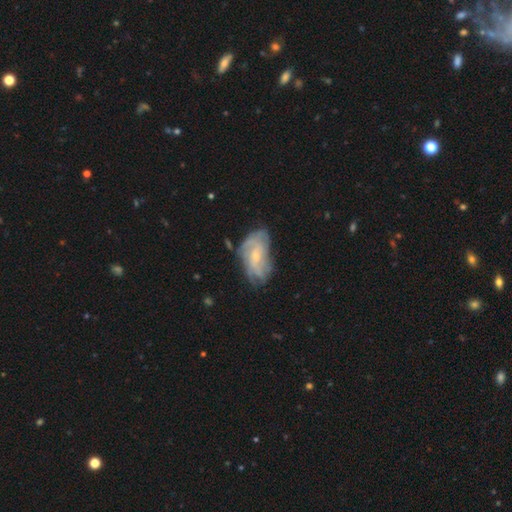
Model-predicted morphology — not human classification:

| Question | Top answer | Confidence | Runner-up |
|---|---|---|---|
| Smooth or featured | featured or disk | 69% | smooth (23%) |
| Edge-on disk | no | 95% | yes (5%) |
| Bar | no | 54% | weak (39%) |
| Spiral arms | yes | 83% | no (17%) |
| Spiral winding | tight | 44% | medium (38%) |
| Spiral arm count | can't tell | 45% | 2 (18%) |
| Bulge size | small | 61% | moderate (30%) |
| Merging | none | 60% | minor disturbance (25%) |